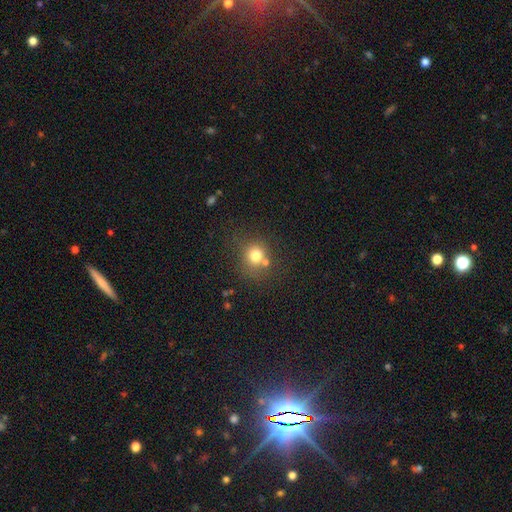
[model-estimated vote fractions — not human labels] Smooth or featured? Predicted: smooth (p=0.75). How rounded? Predicted: round (p=0.86). Merging? Predicted: none (p=0.64).